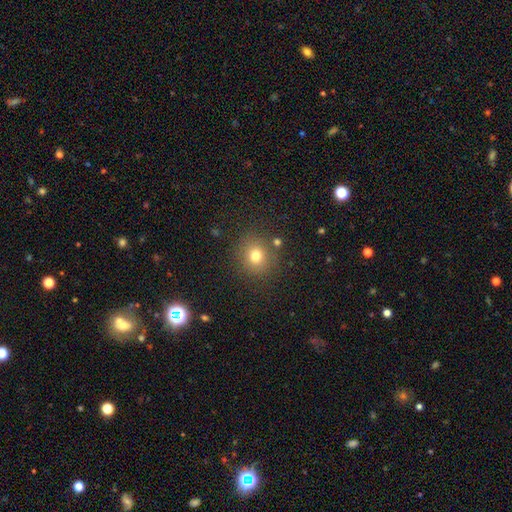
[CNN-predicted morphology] The model was most divided on "smooth or featured": smooth: 75%, star or artifact: 16%, featured or disk: 9%. More confident: how rounded — round (88%); merging — none (84%).